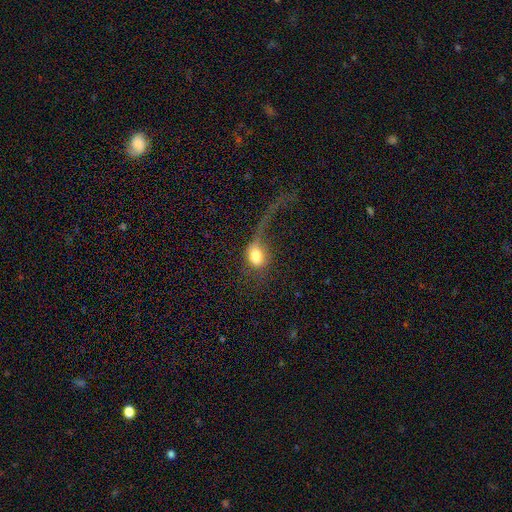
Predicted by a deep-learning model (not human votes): smooth_or_featured: smooth (p=0.68) [alt: featured or disk p=0.22]
how_rounded: in between (p=0.70) [alt: round p=0.26]
merging: major disturbance (p=0.59) [alt: none p=0.21]